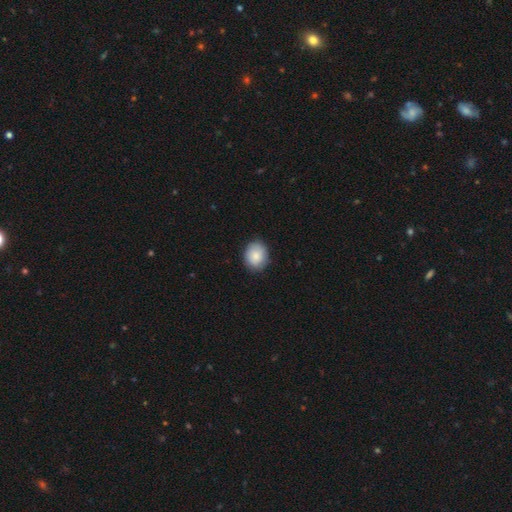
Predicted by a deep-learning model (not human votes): smooth-or-featured: smooth: 86% | featured or disk: 8% | star or artifact: 7%
  how-rounded: round: 60% | in between: 39% | cigar-shaped: 1%
  merging: none: 84% | minor disturbance: 13% | major disturbance: 2% | merger: 1%